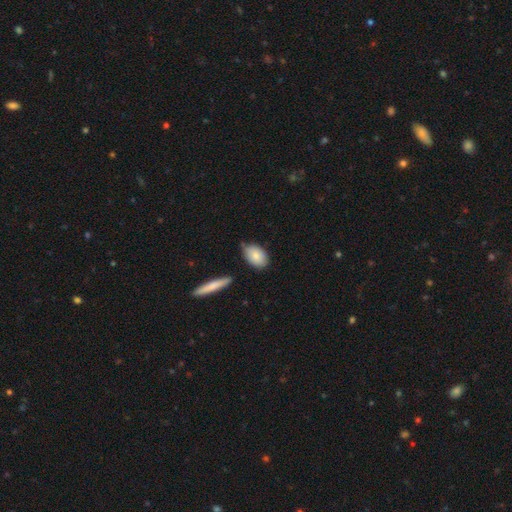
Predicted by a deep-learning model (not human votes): Smooth or featured: smooth — 80% (featured or disk — 14%)
How rounded: in between — 88% (round — 9%)
Merging: none — 66% (minor disturbance — 24%)